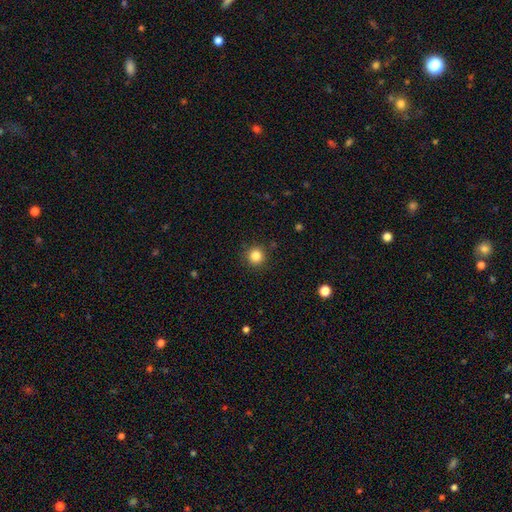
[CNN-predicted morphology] smooth_or_featured: smooth (p=0.85) [alt: star or artifact p=0.11]
how_rounded: round (p=0.95) [alt: in between p=0.04]
merging: none (p=0.90) [alt: minor disturbance p=0.07]